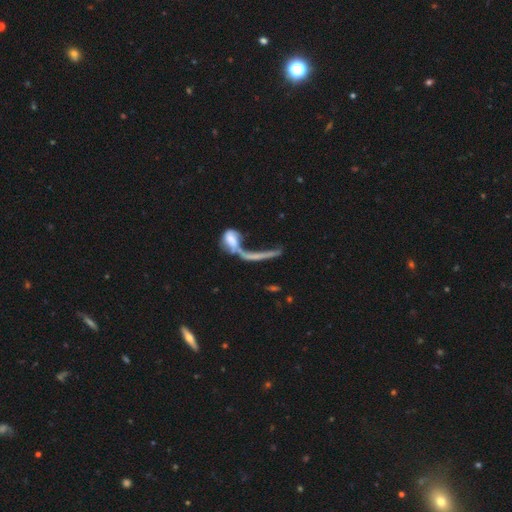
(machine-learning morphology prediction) smooth_or_featured: featured or disk (p=0.48) [alt: smooth p=0.40]
merging: merger (p=0.53) [alt: major disturbance p=0.22]